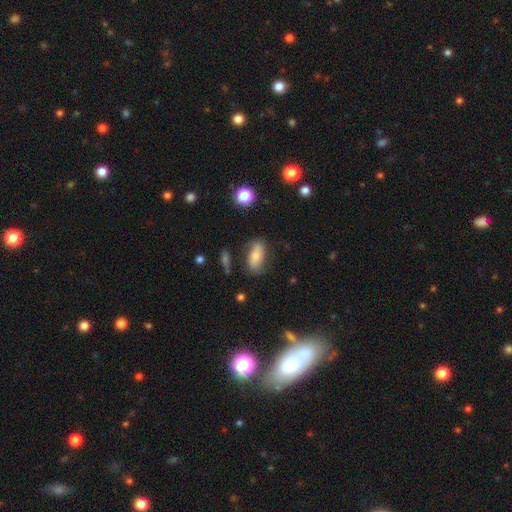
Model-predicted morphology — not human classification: This is likely a smooth galaxy (65%). How rounded: clearly in between (81%). Merging: likely none (71%).